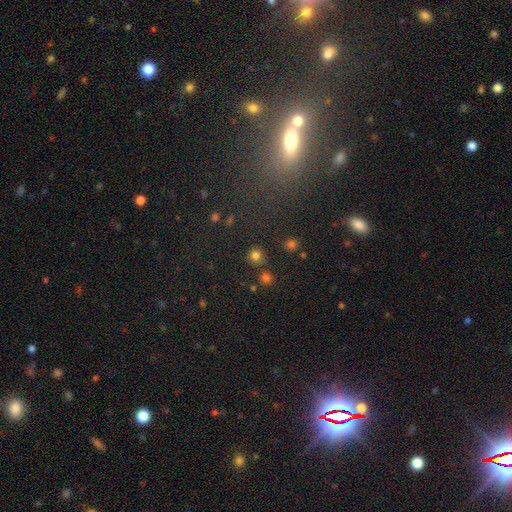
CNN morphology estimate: smooth 78%, star or artifact 17%, featured or disk 5%. Down the decision tree: how rounded — round (92%); merging — none (80%).